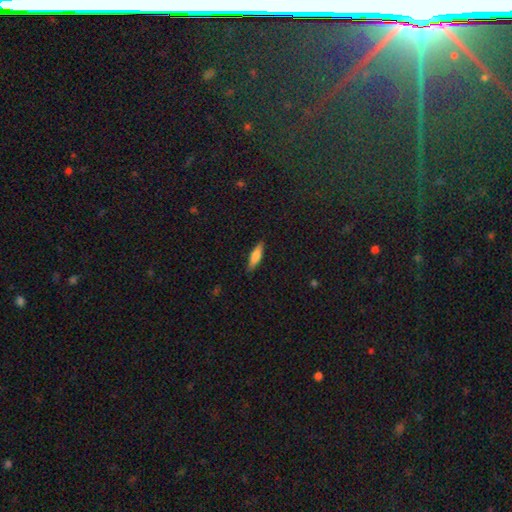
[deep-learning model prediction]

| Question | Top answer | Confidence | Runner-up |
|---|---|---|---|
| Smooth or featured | smooth | 72% | featured or disk (21%) |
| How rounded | cigar-shaped | 63% | in between (35%) |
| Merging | none | 87% | minor disturbance (10%) |